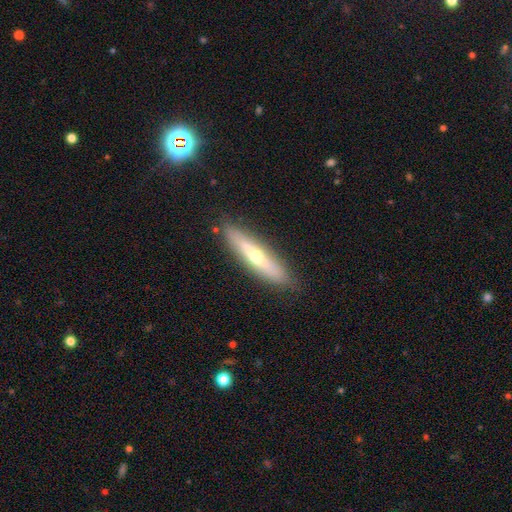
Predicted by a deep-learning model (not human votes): The model was most divided on "smooth or featured": featured or disk: 49%, smooth: 44%, star or artifact: 6%. More confident: merging — none (86%).